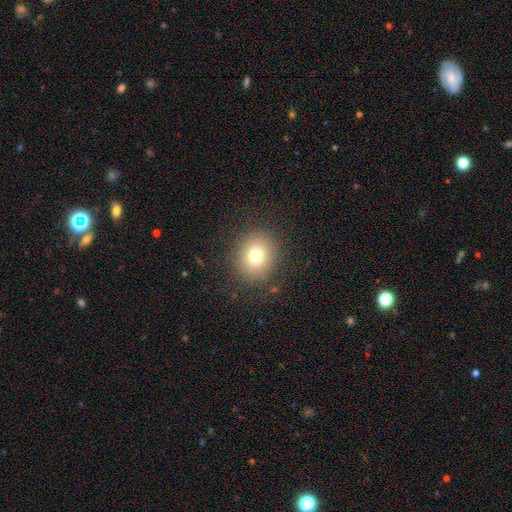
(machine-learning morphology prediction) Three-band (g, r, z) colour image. It shows a smooth galaxy with no disk features (74%) that is round (77%). Merging: none (87%).